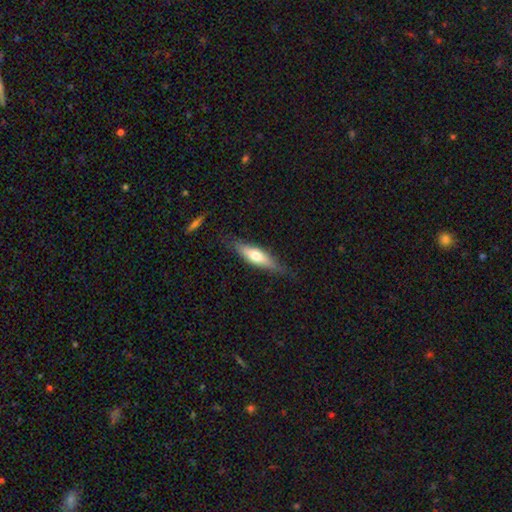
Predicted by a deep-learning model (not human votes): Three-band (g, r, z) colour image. It shows a smooth galaxy with no disk features (53%) that is cigar-shaped (63%). Merging: none (78%).